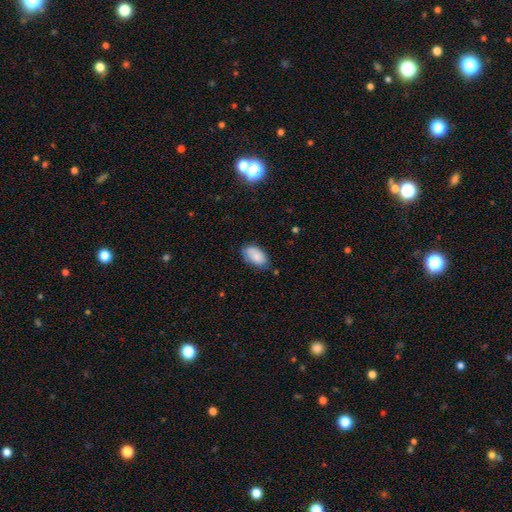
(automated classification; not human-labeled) Smooth or featured?
  - smooth: 81% *
  - featured or disk: 12%
  - star or artifact: 7%
How rounded?
  - in between: 94% *
  - round: 4%
  - cigar-shaped: 2%
Merging?
  - none: 65% *
  - minor disturbance: 27%
  - major disturbance: 5%
  - merger: 3%